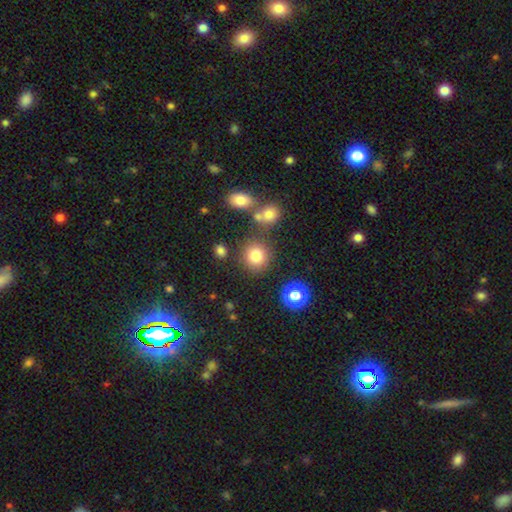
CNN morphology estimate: The model was most divided on "smooth or featured": smooth: 77%, star or artifact: 15%, featured or disk: 8%. More confident: how rounded — round (88%); merging — none (78%).